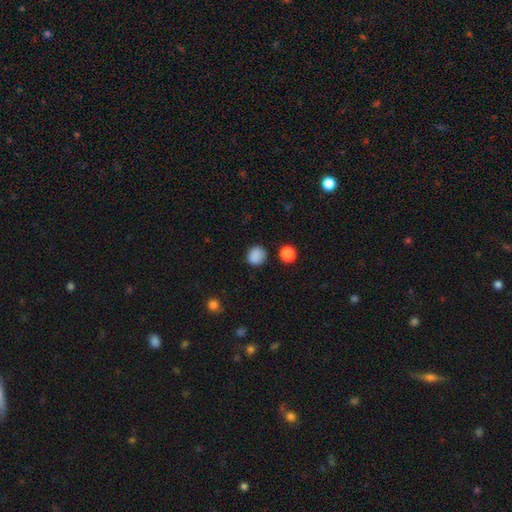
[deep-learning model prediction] Smooth or featured: smooth — 86% (star or artifact — 11%)
How rounded: round — 82% (in between — 17%)
Merging: none — 84% (minor disturbance — 11%)